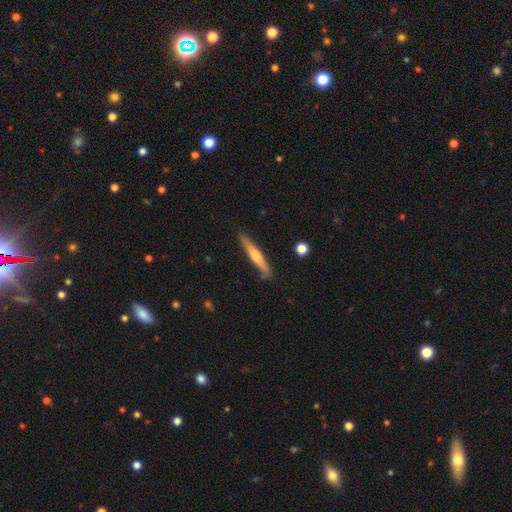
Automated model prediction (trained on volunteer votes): Morphology: type=smooth (49%); merging=none (85%).